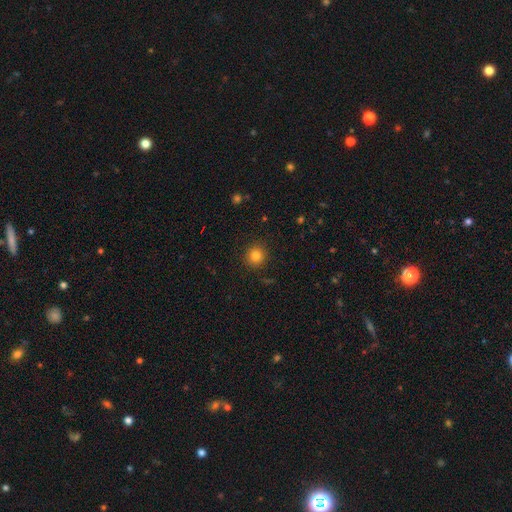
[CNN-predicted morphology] smooth_or_featured: smooth (p=0.81) [alt: star or artifact p=0.13]
how_rounded: round (p=0.93) [alt: in between p=0.07]
merging: none (p=0.91) [alt: minor disturbance p=0.06]